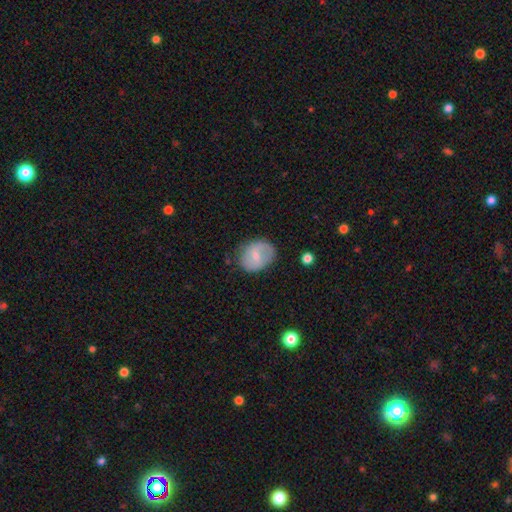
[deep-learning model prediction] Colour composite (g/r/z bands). It shows a smooth galaxy with no disk features (51%) that is in between round and cigar-shaped (50%). Merging: none (69%).